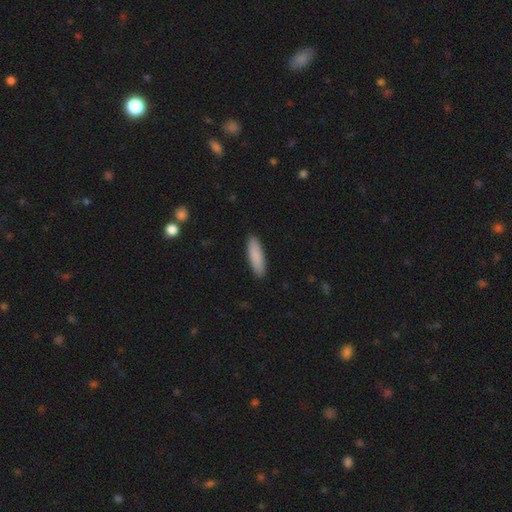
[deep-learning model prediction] Overall: smooth (87%). How rounded: cigar-shaped (61%; in between 37%). Merging: none (90%).